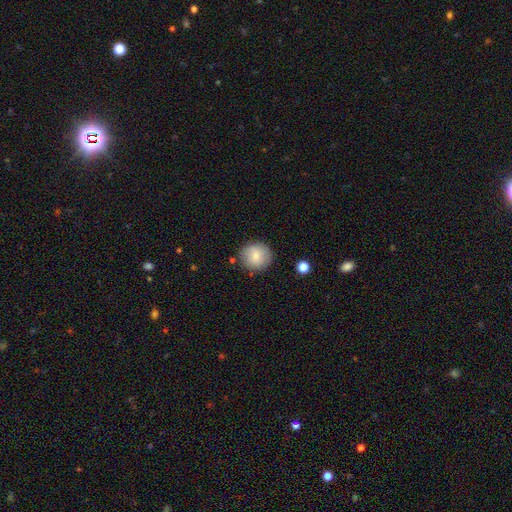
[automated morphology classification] A smooth galaxy with no disk features (78%) that is round (89%). Merging: none (84%).